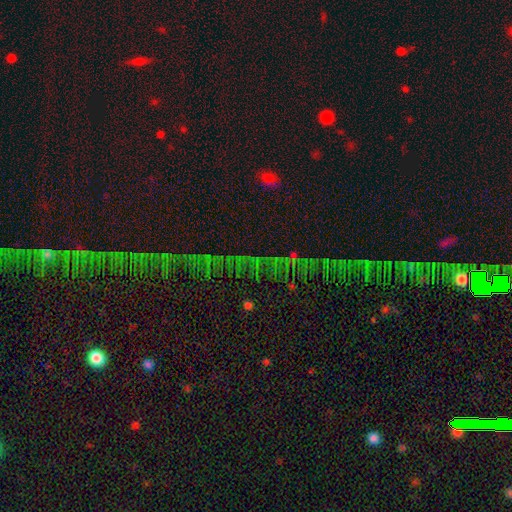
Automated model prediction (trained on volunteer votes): Overall: star or artifact (74%).